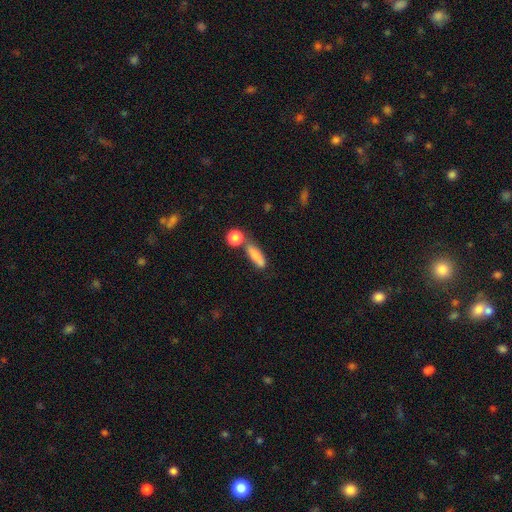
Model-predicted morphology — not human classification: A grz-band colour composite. It shows a smooth galaxy with no disk features (78%) that is in between round and cigar-shaped (48%). Merging: none (54%).